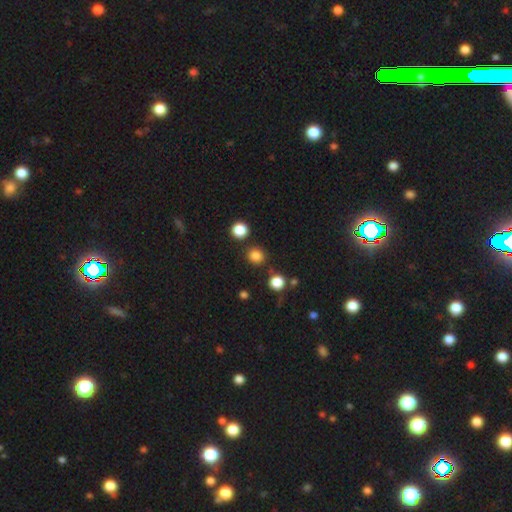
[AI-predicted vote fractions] Smooth or featured? smooth (82%)
How rounded? round (88%)
Merging? none (85%)